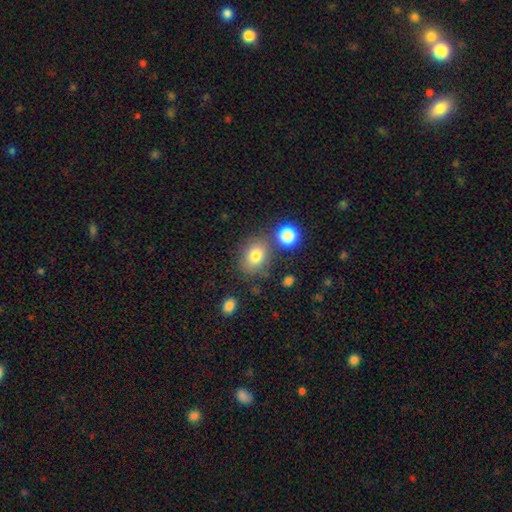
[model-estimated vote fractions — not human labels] The model was most divided on "how rounded": in between: 57%, round: 42%, cigar-shaped: 1%. More confident: smooth or featured — smooth (77%); merging — none (67%).